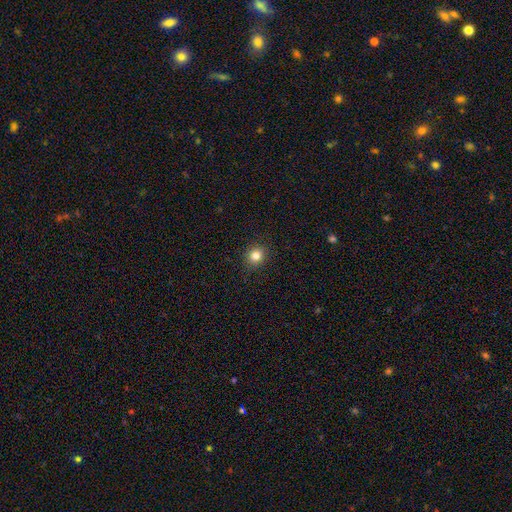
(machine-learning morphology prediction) The model was most divided on "smooth or featured": smooth: 81%, star or artifact: 12%, featured or disk: 6%. More confident: merging — none (90%); how rounded — round (84%).